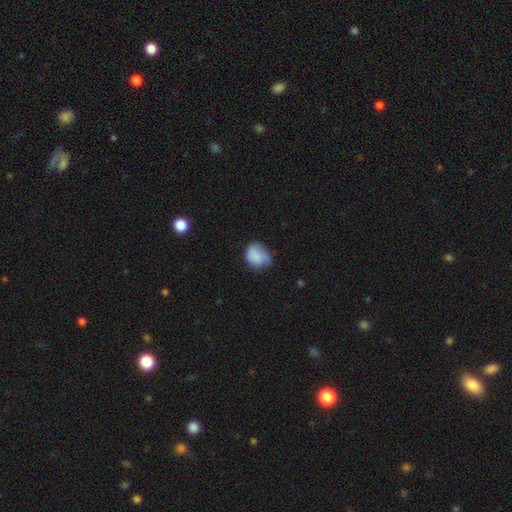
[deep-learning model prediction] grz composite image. It shows a smooth galaxy with no disk features (70%) that is in between round and cigar-shaped (50%). Merging: none (42%).